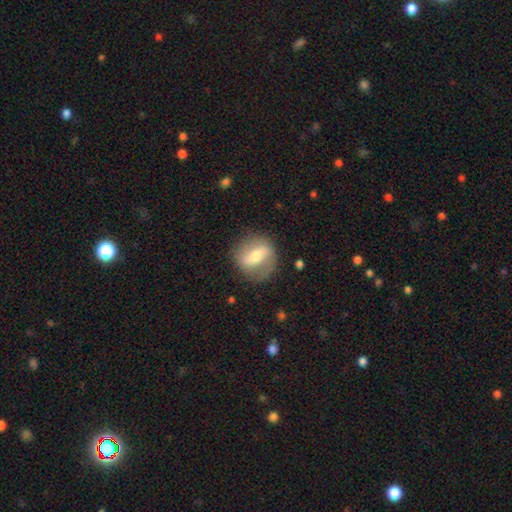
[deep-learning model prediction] smooth-or-featured: featured or disk: 55% | smooth: 38% | star or artifact: 7%
  disk-edge-on: no: 88% | yes: 12%
  merging: none: 76% | minor disturbance: 15% | major disturbance: 7% | merger: 2%